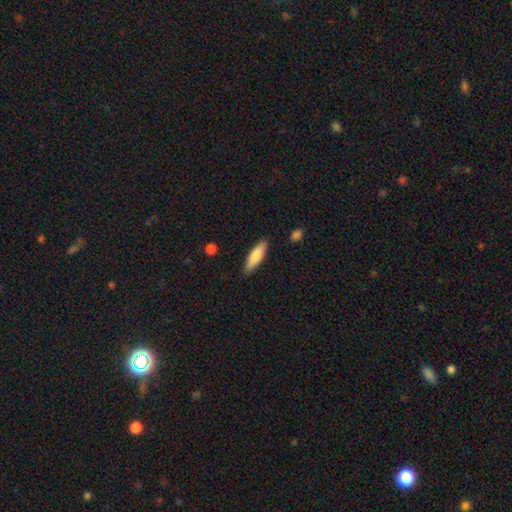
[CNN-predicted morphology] Smooth or featured?
  - smooth: 79% *
  - featured or disk: 16%
  - star or artifact: 5%
How rounded?
  - cigar-shaped: 64% *
  - in between: 34%
  - round: 2%
Merging?
  - none: 88% *
  - minor disturbance: 9%
  - major disturbance: 2%
  - merger: 1%